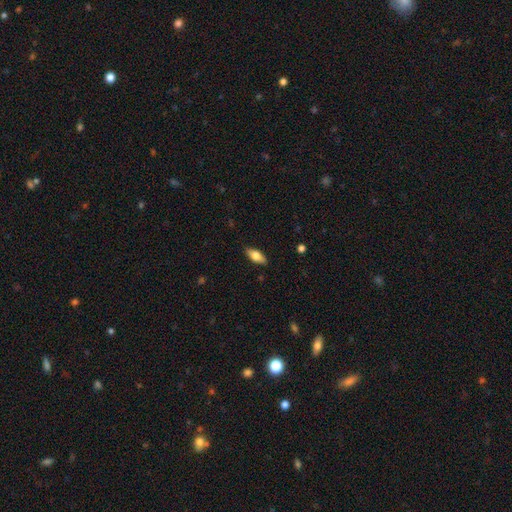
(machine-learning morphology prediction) Overall: smooth (70%). How rounded: in between (81%). Merging: none (87%).